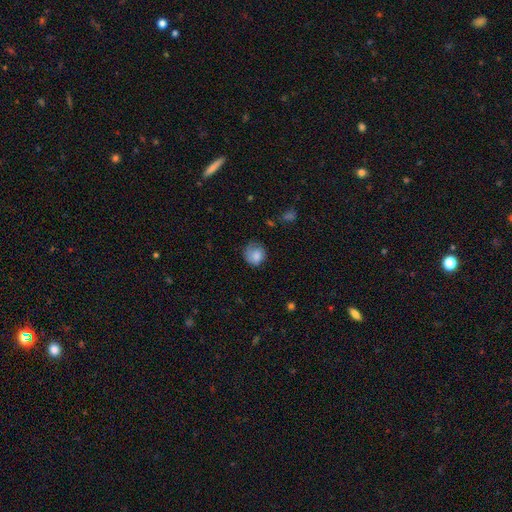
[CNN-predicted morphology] type=smooth (80%); roundness=round (82%); merging=none (63%).